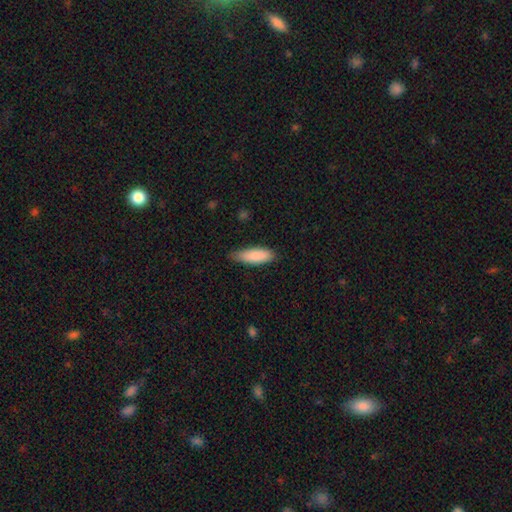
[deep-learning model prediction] Morphology: type=smooth (87%); roundness=in between (55%); merging=none (73%).